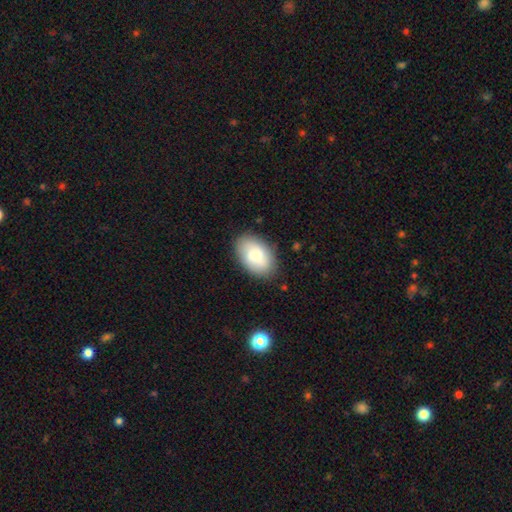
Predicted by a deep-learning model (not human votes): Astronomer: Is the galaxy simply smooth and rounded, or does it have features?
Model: smooth — 82%.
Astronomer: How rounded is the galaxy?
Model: in between — 90%.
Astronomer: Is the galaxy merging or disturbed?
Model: none — 81%.